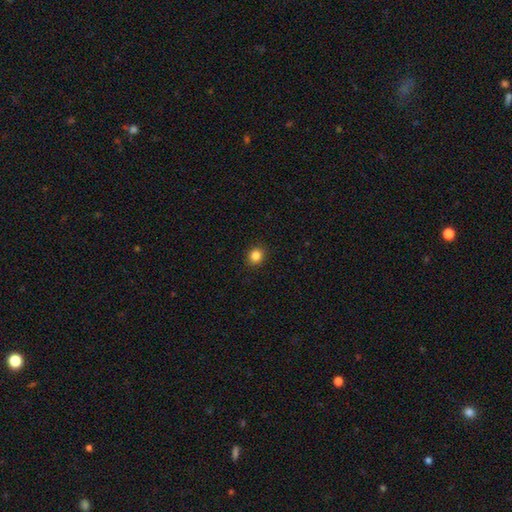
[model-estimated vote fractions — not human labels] smooth 84%, star or artifact 11%, featured or disk 4%. Down the decision tree: how rounded — round (80%); merging — none (91%).